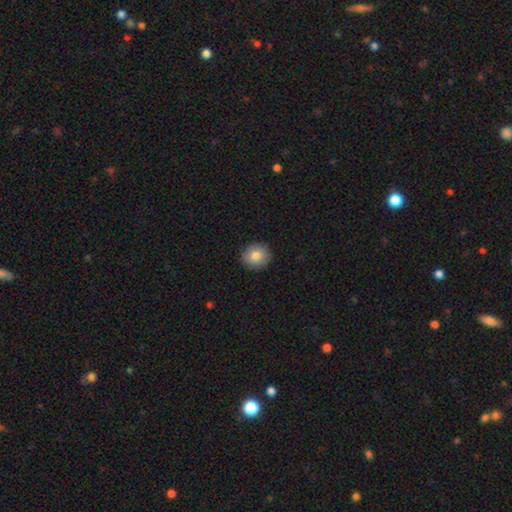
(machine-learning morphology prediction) smooth_or_featured: smooth (p=0.81) [alt: featured or disk p=0.10]
how_rounded: round (p=0.84) [alt: in between p=0.15]
merging: none (p=0.91) [alt: minor disturbance p=0.07]